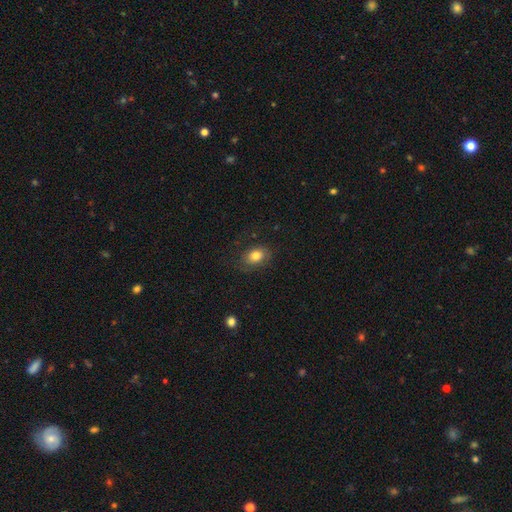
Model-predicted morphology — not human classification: Overall: smooth (81%). How rounded: in between (70%). Merging: none (76%).